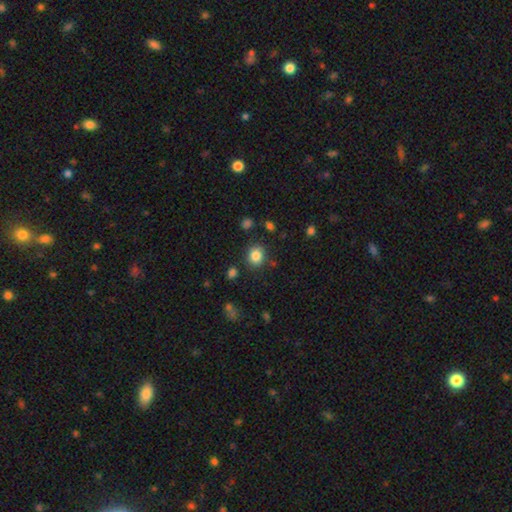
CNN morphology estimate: Smooth or featured?
  - smooth: 83% *
  - star or artifact: 11%
  - featured or disk: 6%
How rounded?
  - round: 75% *
  - in between: 24%
  - cigar-shaped: 1%
Merging?
  - none: 83% *
  - minor disturbance: 10%
  - merger: 3%
  - major disturbance: 3%